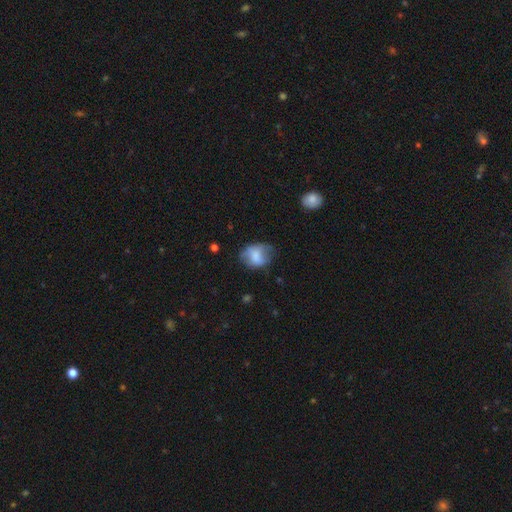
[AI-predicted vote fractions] Smooth or featured? Predicted: smooth (p=0.67). How rounded? Predicted: in between (p=0.57). Merging? Predicted: none (p=0.47).